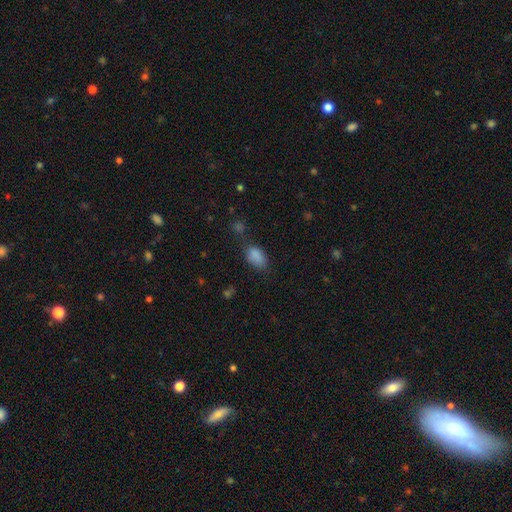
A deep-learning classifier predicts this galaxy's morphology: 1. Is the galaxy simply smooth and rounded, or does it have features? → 84% smooth, 11% star or artifact, 5% featured or disk.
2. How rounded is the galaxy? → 89% in between, 8% round, 2% cigar-shaped.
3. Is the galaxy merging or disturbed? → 57% none, 26% minor disturbance, 9% major disturbance, 8% merger.